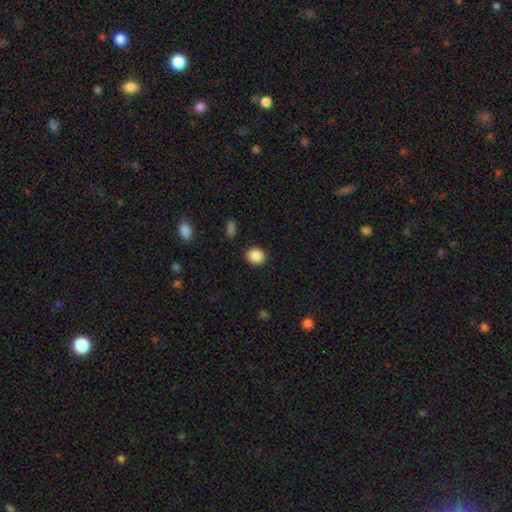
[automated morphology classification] A smooth galaxy with no disk features (88%) that is round (75%). Merging: none (90%).